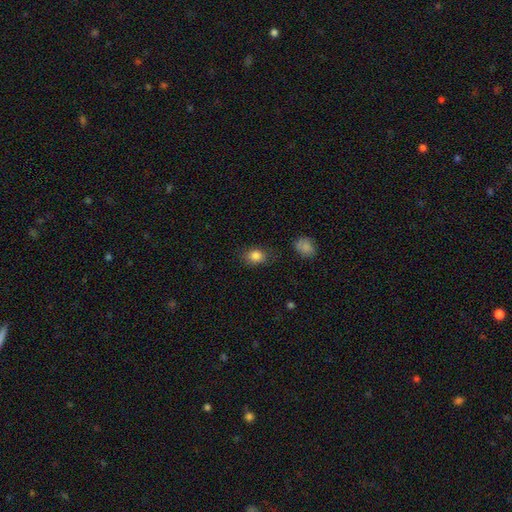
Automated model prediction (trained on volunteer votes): Overall: smooth (83%). How rounded: in between (63%; round 36%). Merging: none (79%).